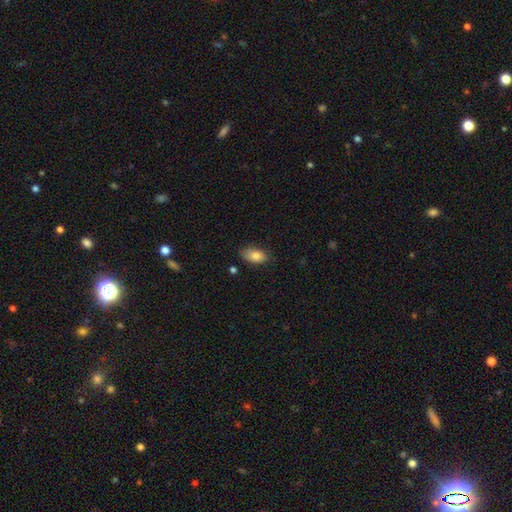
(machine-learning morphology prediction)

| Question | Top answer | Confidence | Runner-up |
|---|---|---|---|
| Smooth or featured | smooth | 83% | featured or disk (9%) |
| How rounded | in between | 91% | round (6%) |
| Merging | none | 75% | minor disturbance (20%) |